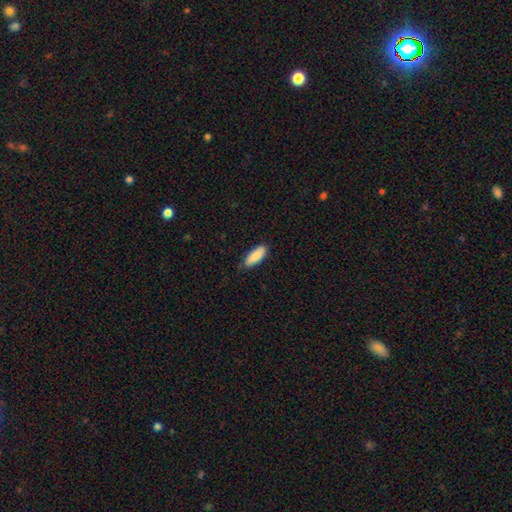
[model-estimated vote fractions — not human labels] Smooth or featured? Predicted: smooth (p=0.88). How rounded? Predicted: in between (p=0.69). Merging? Predicted: none (p=0.82).